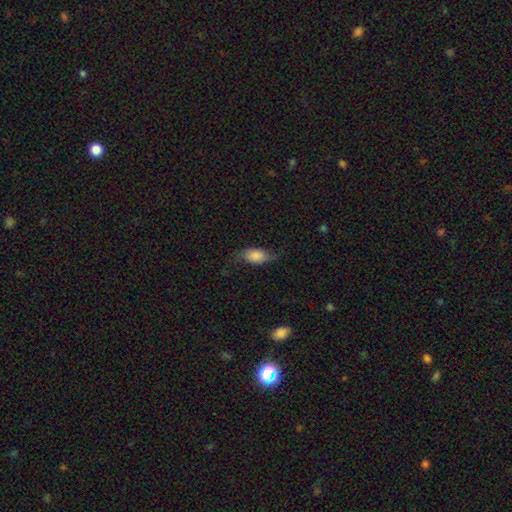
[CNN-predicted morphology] Smooth or featured: smooth — 67% (featured or disk — 25%)
How rounded: in between — 87% (cigar-shaped — 7%)
Merging: none — 59% (minor disturbance — 26%)